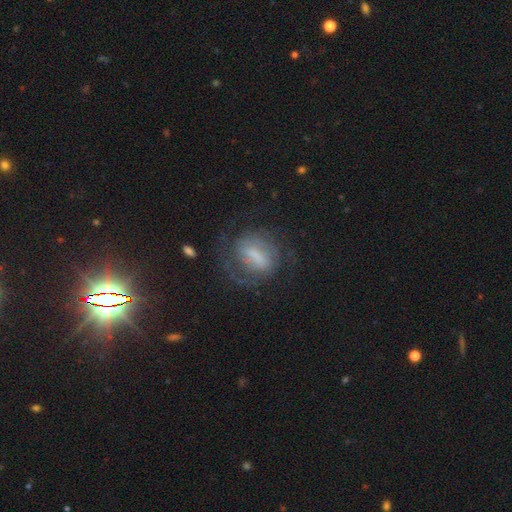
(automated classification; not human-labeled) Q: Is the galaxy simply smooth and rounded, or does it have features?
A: featured or disk — 62%.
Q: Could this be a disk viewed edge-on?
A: no — 95%.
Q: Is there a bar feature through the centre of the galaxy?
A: strong — 43%.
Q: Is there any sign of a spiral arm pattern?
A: yes — 80%.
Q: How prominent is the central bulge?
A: none — 30%.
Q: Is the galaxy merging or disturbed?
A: none — 58%.